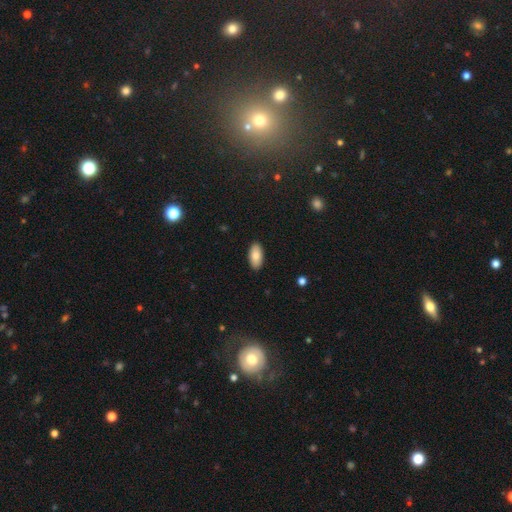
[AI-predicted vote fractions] A smooth galaxy with no disk features (83%) that is in between round and cigar-shaped (92%).

Vote fractions:
- Smooth or featured? smooth: 83% / featured or disk: 10% / star or artifact: 7%
- How rounded? in between: 92% / cigar-shaped: 5% / round: 2%
- Merging? none: 90% / minor disturbance: 8% / major disturbance: 2% / merger: 1%